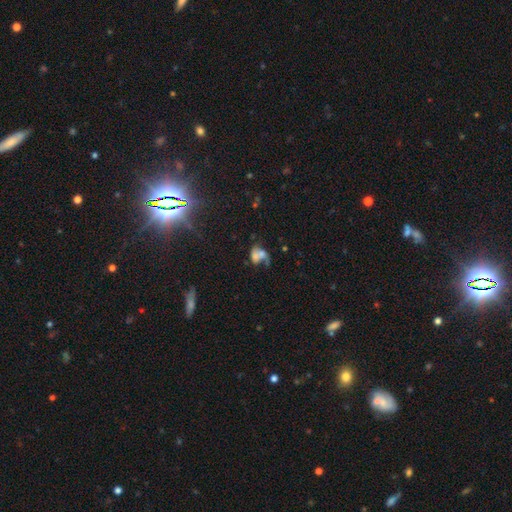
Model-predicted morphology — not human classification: smooth 49%, featured or disk 34%, star or artifact 17%. Down the decision tree: merging — merger (46%).